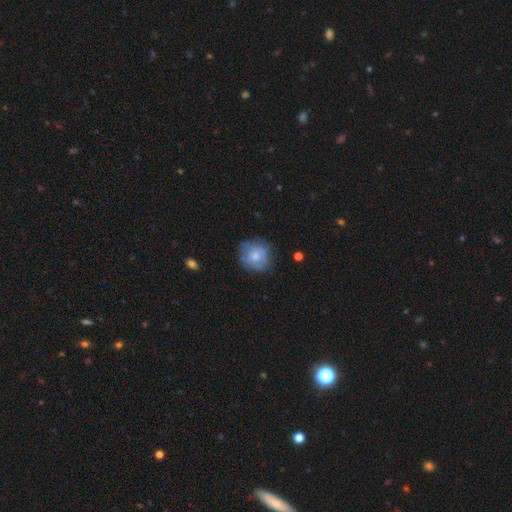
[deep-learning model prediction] This appears to be a smooth galaxy with no disk features (63%) that is round (79%). Merging: none (64%).